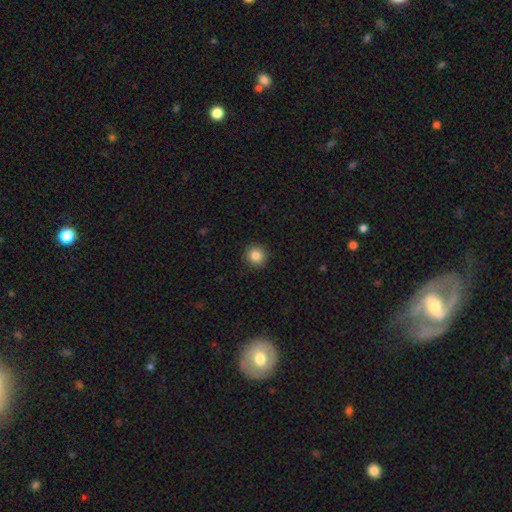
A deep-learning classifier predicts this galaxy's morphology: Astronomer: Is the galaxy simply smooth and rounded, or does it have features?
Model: smooth — 85%.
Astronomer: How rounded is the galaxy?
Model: round — 94%.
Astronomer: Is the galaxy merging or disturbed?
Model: none — 92%.